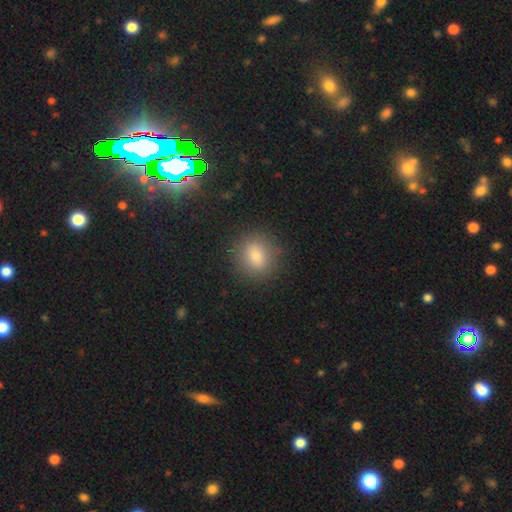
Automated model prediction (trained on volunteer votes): smooth-or-featured: smooth: 76% | star or artifact: 16% | featured or disk: 8%
  how-rounded: round: 71% | in between: 28% | cigar-shaped: 2%
  merging: none: 88% | minor disturbance: 8% | major disturbance: 3% | merger: 1%